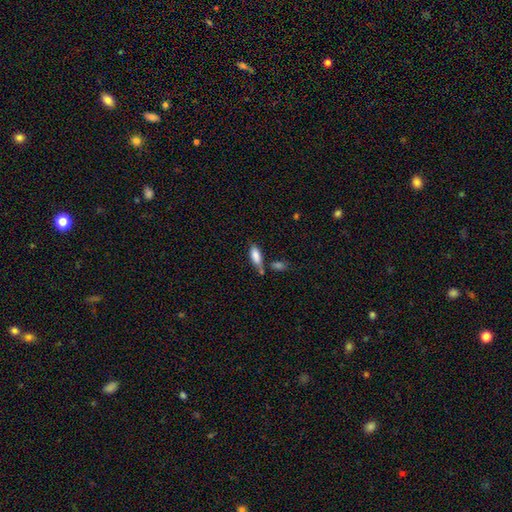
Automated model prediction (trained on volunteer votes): This appears to be a smooth galaxy with no disk features (82%) that is in between round and cigar-shaped (73%). Merging: none (47%).